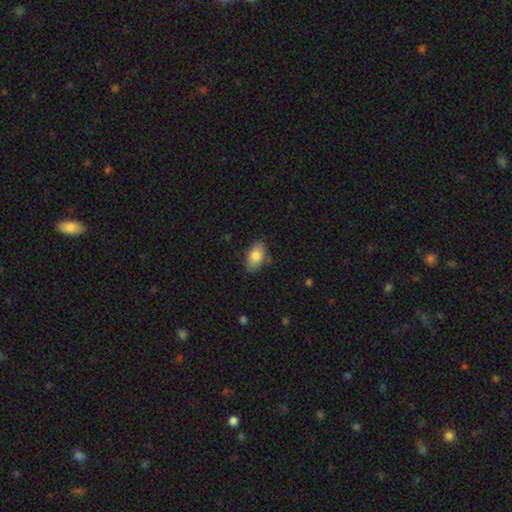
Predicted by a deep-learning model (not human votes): smooth_or_featured: smooth (p=0.82) [alt: featured or disk p=0.11]
how_rounded: in between (p=0.92) [alt: round p=0.06]
merging: none (p=0.81) [alt: minor disturbance p=0.14]